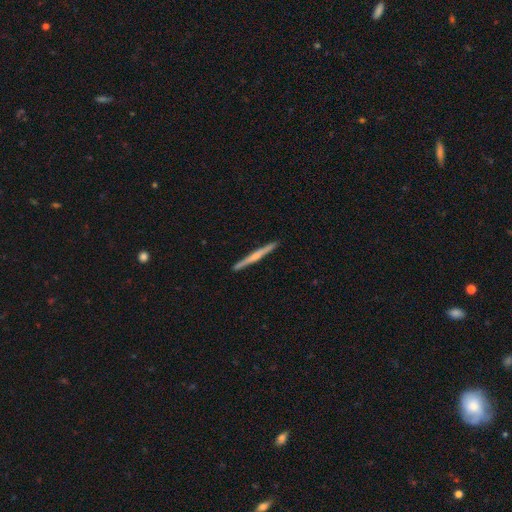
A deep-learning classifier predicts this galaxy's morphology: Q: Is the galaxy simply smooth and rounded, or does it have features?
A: featured or disk — 62%.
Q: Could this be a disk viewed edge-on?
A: yes — 98%.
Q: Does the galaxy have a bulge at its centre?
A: rounded — 54%.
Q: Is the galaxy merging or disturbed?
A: none — 93%.